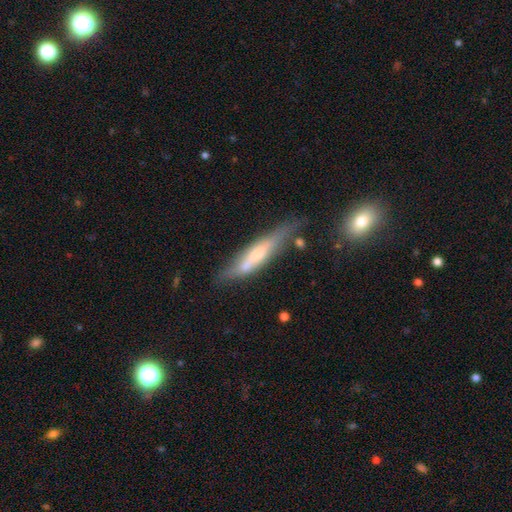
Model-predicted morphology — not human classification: A smooth galaxy with no disk features (47%).

Vote fractions:
- Smooth or featured? smooth: 47% / featured or disk: 46% / star or artifact: 7%
- Merging? none: 57% / minor disturbance: 26% / major disturbance: 10% / merger: 8%